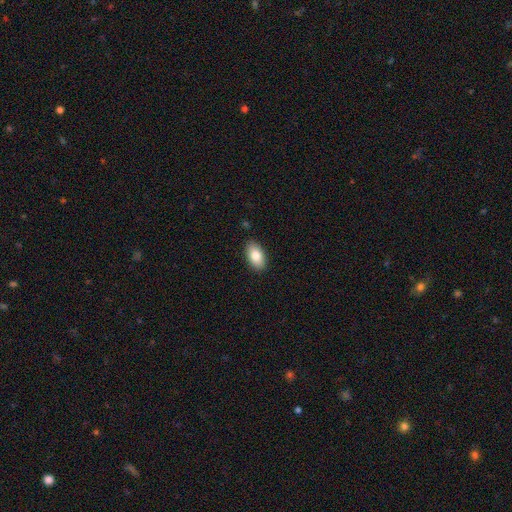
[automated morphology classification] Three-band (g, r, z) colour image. It shows a smooth galaxy with no disk features (84%) that is in between round and cigar-shaped (94%). Merging: none (88%).